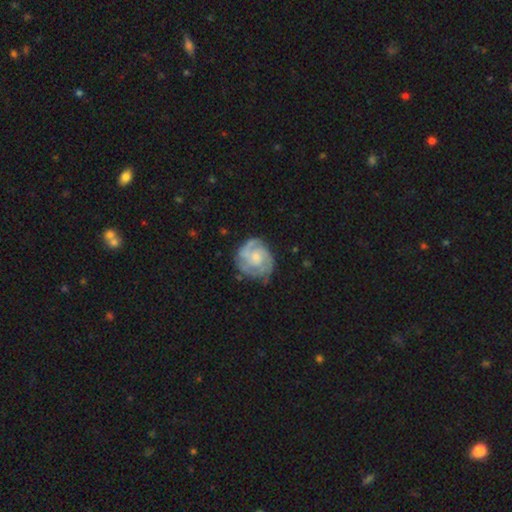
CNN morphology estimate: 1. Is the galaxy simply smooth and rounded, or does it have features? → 75% featured or disk, 19% smooth, 6% star or artifact.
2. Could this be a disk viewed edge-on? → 98% no, 2% yes.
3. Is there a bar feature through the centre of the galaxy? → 68% no, 28% weak, 4% strong.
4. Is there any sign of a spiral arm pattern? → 90% yes, 10% no.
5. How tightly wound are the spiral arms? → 54% tight, 36% medium, 10% loose.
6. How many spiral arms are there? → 30% 2, 28% 3, 27% can't tell, 6% 4, 5% 1, 4% more than 4.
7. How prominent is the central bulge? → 44% moderate, 43% small, 9% none, 4% large, 1% dominant.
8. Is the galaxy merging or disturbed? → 70% none, 20% minor disturbance, 8% major disturbance, 2% merger.